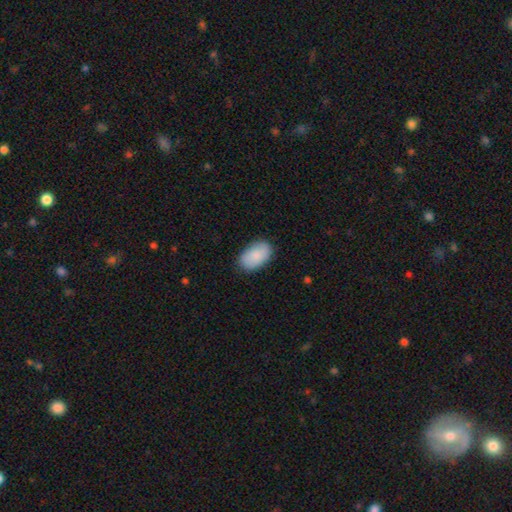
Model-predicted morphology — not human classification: This is clearly a smooth galaxy (86%). How rounded: clearly in between (93%). Merging: clearly none (83%).